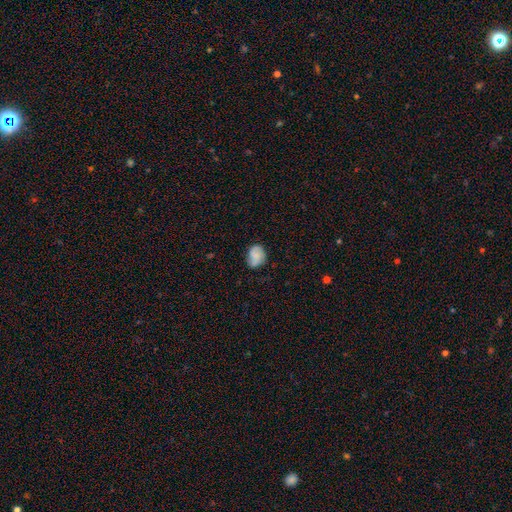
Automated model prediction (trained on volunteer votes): Morphology: type=smooth (65%); roundness=in between (56%); merging=none (66%).